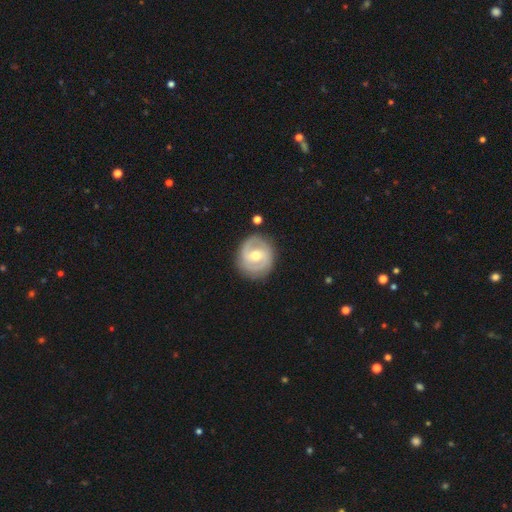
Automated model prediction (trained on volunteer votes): Smooth or featured?
  - featured or disk: 79% *
  - smooth: 16%
  - star or artifact: 5%
Edge-on disk?
  - no: 98% *
  - yes: 2%
Bar?
  - weak: 49% *
  - no: 31%
  - strong: 21%
Spiral arms?
  - yes: 88% *
  - no: 12%
Spiral winding?
  - tight: 50% *
  - medium: 39%
  - loose: 11%
Spiral arm count?
  - 2: 77% *
  - can't tell: 10%
  - 3: 7%
  - 1: 2%
  - 4: 2%
  - more than 4: 2%
Bulge size?
  - moderate: 69% *
  - small: 27%
  - large: 3%
  - none: 1%
  - dominant: 1%
Merging?
  - none: 83% *
  - minor disturbance: 11%
  - major disturbance: 4%
  - merger: 2%